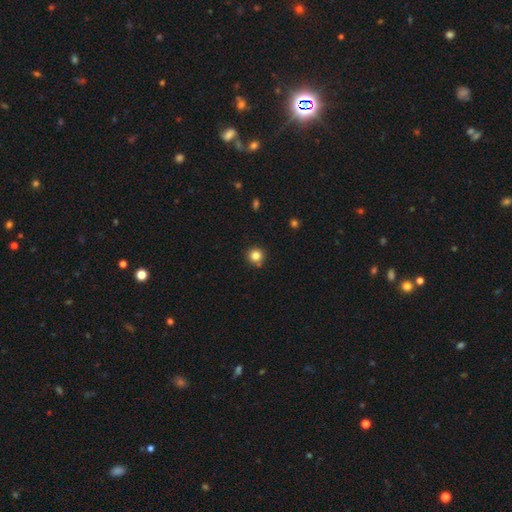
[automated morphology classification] smooth_or_featured: smooth (p=0.83) [alt: star or artifact p=0.12]
how_rounded: round (p=0.94) [alt: in between p=0.05]
merging: none (p=0.85) [alt: minor disturbance p=0.09]